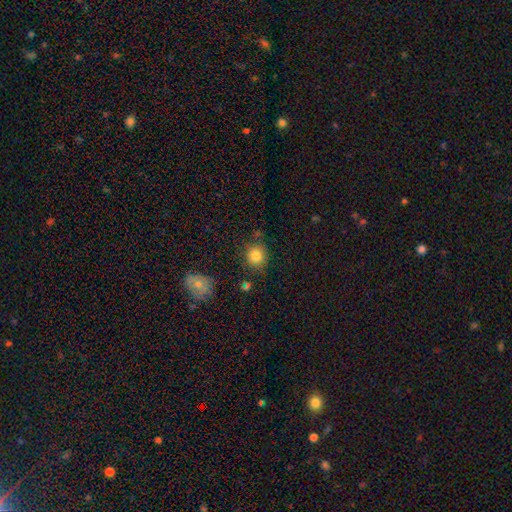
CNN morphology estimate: This appears to be a smooth galaxy with no disk features (82%) that is round (83%). Merging: none (81%).